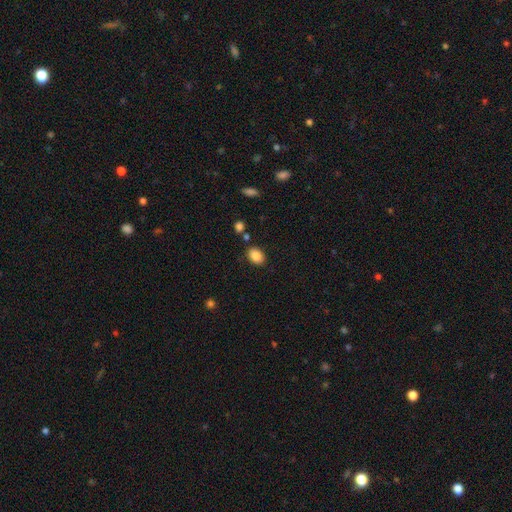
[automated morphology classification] Smooth or featured: smooth — 87% (star or artifact — 9%)
How rounded: in between — 76% (round — 23%)
Merging: none — 82% (minor disturbance — 11%)